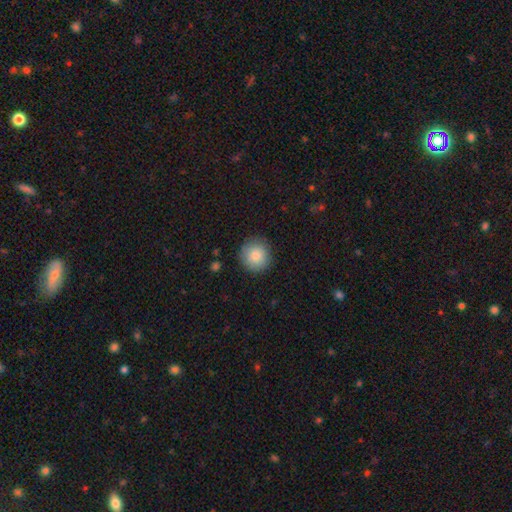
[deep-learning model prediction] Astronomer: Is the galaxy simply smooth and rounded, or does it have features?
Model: smooth — 86%.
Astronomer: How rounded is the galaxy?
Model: round — 94%.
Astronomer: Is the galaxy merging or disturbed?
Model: none — 88%.